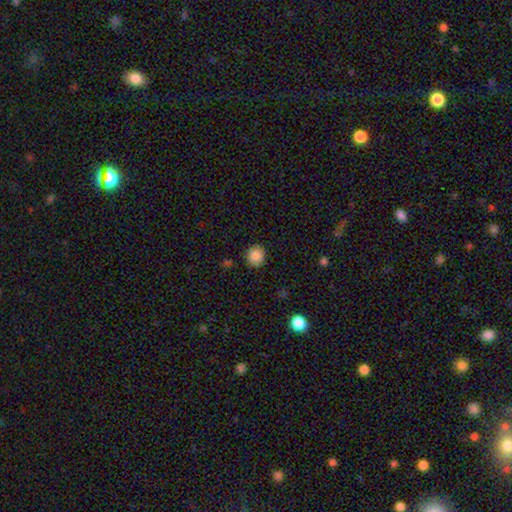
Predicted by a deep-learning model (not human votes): A smooth galaxy with no disk features (87%) that is round (87%). Merging: none (89%).